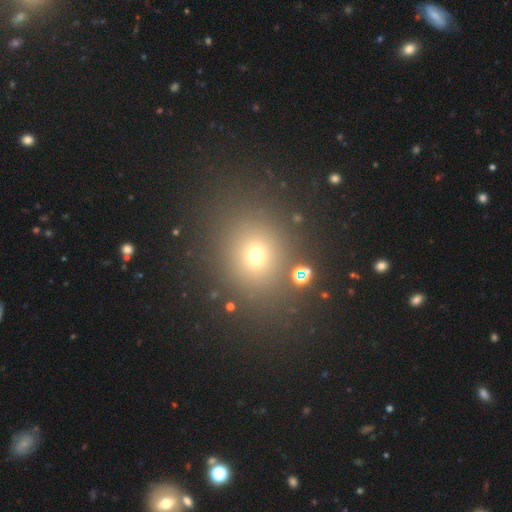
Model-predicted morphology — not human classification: A smooth galaxy with no disk features (62%) that is round (65%). Merging: none (83%).